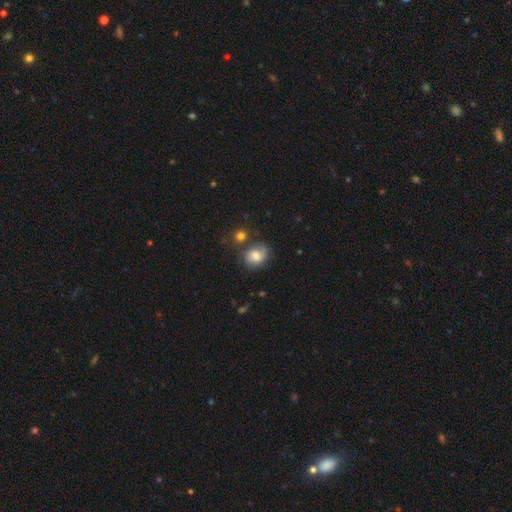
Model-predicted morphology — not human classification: This is possibly a smooth galaxy (56%). How rounded: possibly round (58%). Merging: possibly none (57%).